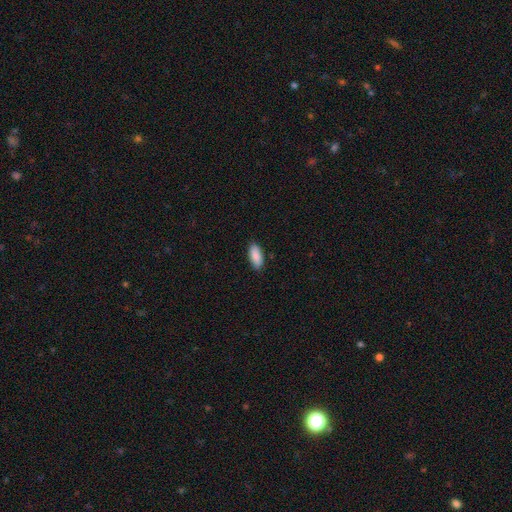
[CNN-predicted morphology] Overall: smooth (89%). How rounded: in between (85%). Merging: none (87%).